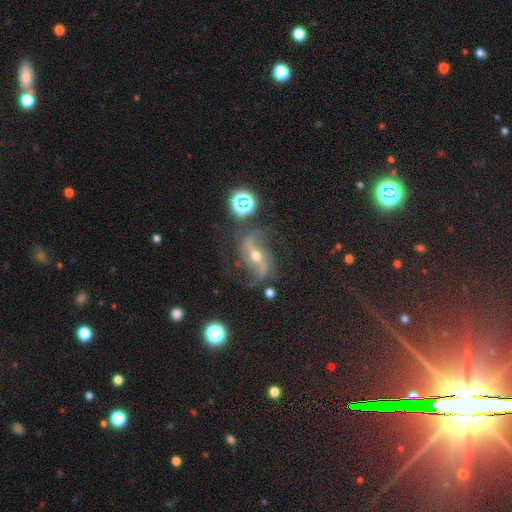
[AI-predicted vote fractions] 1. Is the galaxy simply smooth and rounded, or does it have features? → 76% featured or disk, 15% star or artifact, 9% smooth.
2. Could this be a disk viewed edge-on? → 93% no, 7% yes.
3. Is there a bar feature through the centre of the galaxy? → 36% strong, 33% weak, 31% no.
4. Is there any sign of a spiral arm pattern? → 92% yes, 8% no.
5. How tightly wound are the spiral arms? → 58% loose, 31% medium, 11% tight.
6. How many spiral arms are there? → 86% 2, 6% can't tell, 3% 1, 3% 3, 2% 4, 2% more than 4.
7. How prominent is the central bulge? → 62% moderate, 32% small, 3% large, 1% none, 1% dominant.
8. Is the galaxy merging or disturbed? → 63% none, 18% minor disturbance, 14% major disturbance, 5% merger.